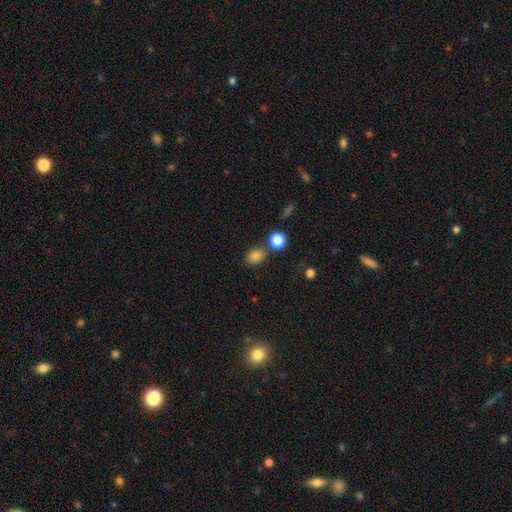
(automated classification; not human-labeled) Morphology: type=smooth (83%); roundness=in between (57%); merging=none (68%).